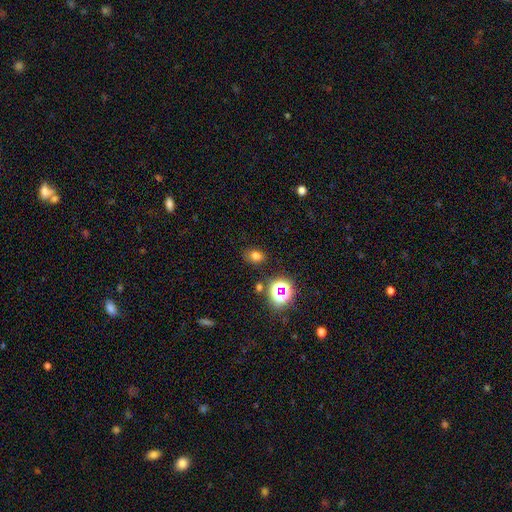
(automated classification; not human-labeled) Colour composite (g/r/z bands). It shows a smooth galaxy with no disk features (71%) that is in between round and cigar-shaped (58%). Merging: none (80%).